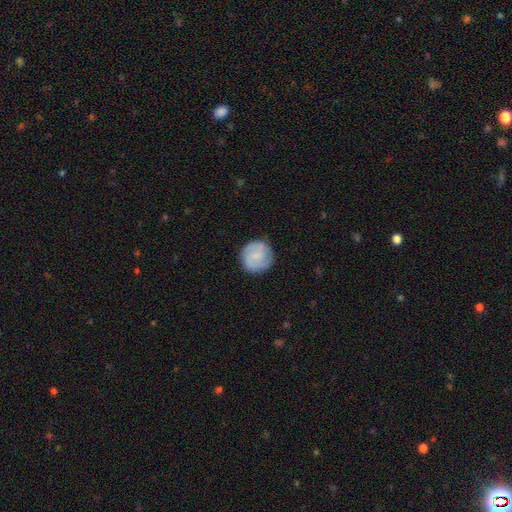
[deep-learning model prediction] smooth_or_featured: smooth (p=0.61) [alt: featured or disk p=0.33]
how_rounded: round (p=0.93) [alt: in between p=0.06]
merging: none (p=0.83) [alt: minor disturbance p=0.12]